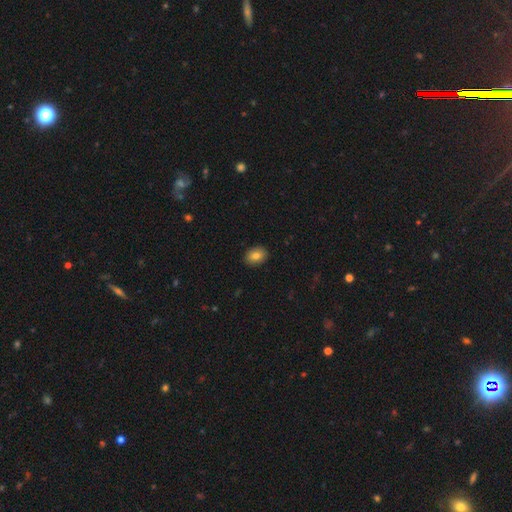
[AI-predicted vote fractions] Smooth or featured? Predicted: smooth (p=0.83). How rounded? Predicted: in between (p=0.72). Merging? Predicted: none (p=0.89).